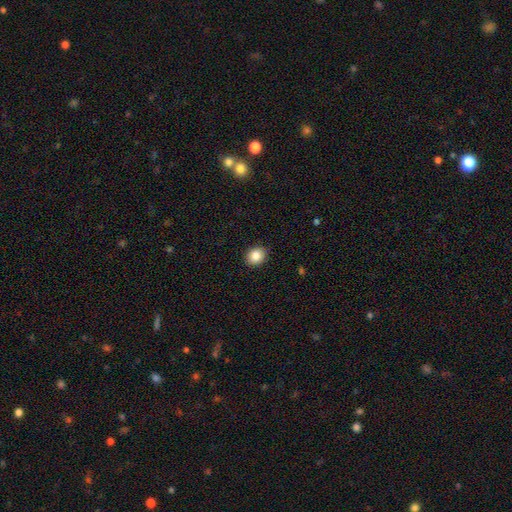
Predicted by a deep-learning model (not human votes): This is clearly a smooth galaxy (85%). How rounded: likely round (68%). Merging: clearly none (91%).